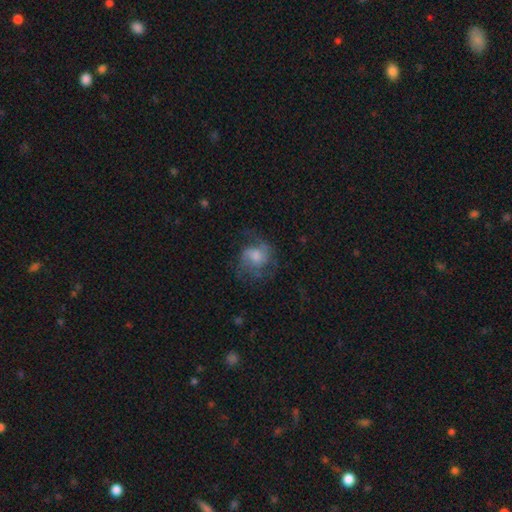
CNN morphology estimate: Overall: featured or disk (62%; smooth 28%). Edge-on disk: no (97%). Bar: no (67%; weak 28%). Spiral arms: yes (86%). Spiral arm count: 2 (47%; can't tell 23%). Spiral winding: medium (47%; loose 29%). Bulge size: moderate (49%; small 26%). Merging: none (58%; major disturbance 21%).